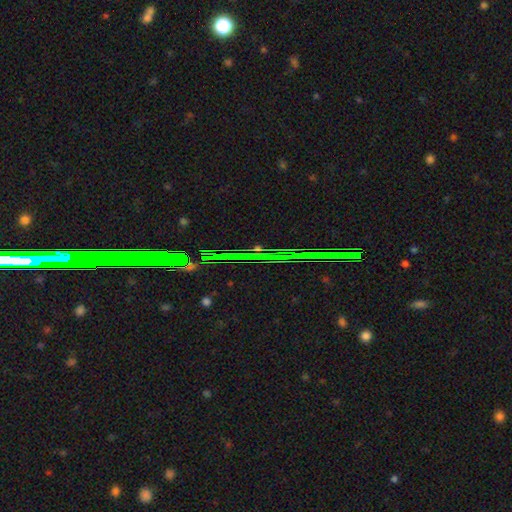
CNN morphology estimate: A star or artifact, not a galaxy (77%).

Vote fractions:
- Smooth or featured? star or artifact: 77% / featured or disk: 14% / smooth: 9%